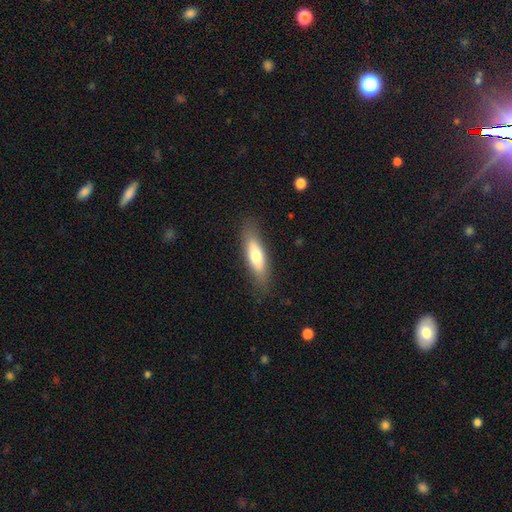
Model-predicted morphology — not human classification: smooth 67%, featured or disk 27%, star or artifact 6%. Down the decision tree: how rounded — cigar-shaped (53%); merging — none (83%).